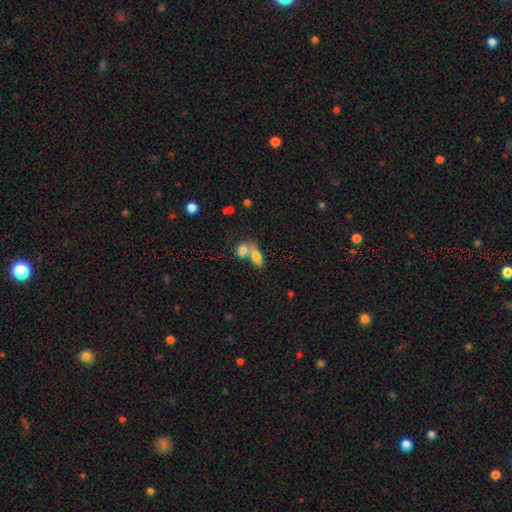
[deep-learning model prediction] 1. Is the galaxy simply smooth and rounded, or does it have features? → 76% smooth, 14% featured or disk, 10% star or artifact.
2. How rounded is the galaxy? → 81% in between, 11% round, 8% cigar-shaped.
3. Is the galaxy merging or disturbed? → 58% merger, 29% none, 8% minor disturbance, 4% major disturbance.